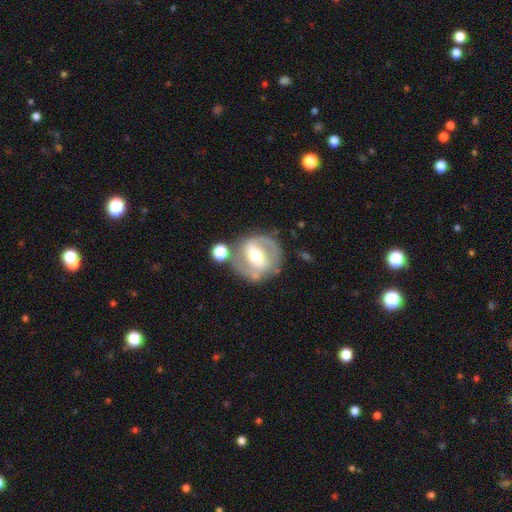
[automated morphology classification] This is likely a featured or disk galaxy (76%). It is clearly not viewed edge-on (96%). Bar: possibly strong (49%). Spiral arm pattern: likely yes (77%). Spiral arm count: likely 2 (79%). Spiral winding: possibly medium (47%). Central bulge: likely moderate (68%). Merging: likely none (69%).